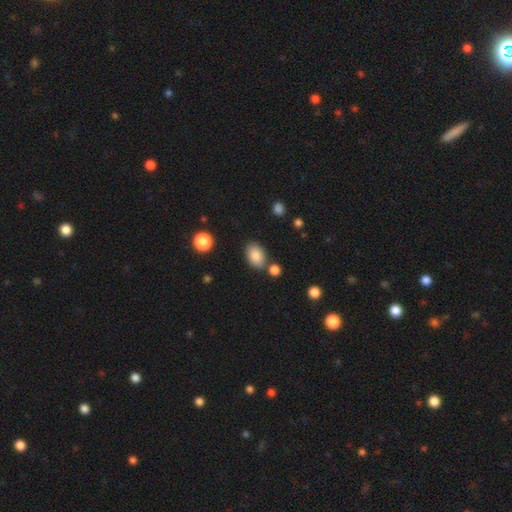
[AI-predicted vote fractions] This appears to be a smooth galaxy with no disk features (86%) that is in between round and cigar-shaped (88%). Merging: none (77%).